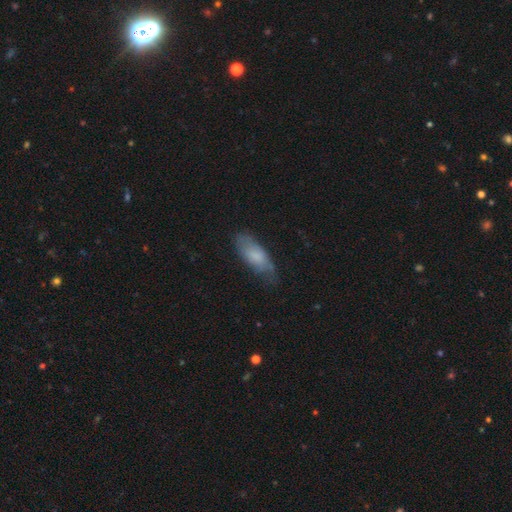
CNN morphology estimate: Overall: smooth (72%). How rounded: in between (76%). Merging: none (59%; minor disturbance 30%).